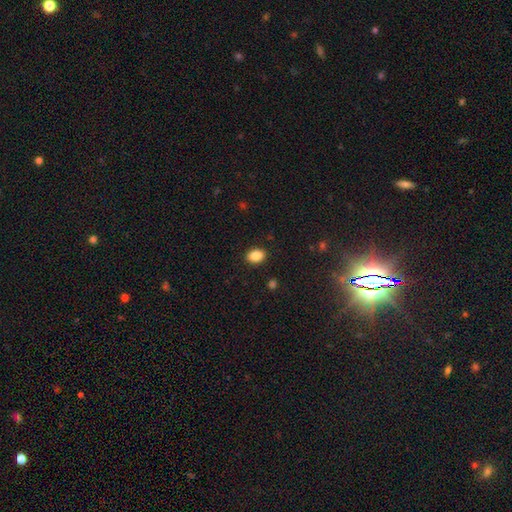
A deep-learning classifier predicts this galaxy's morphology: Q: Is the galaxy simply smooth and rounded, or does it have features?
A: smooth — 88%.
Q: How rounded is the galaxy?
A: in between — 79%.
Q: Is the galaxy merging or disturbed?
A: none — 89%.